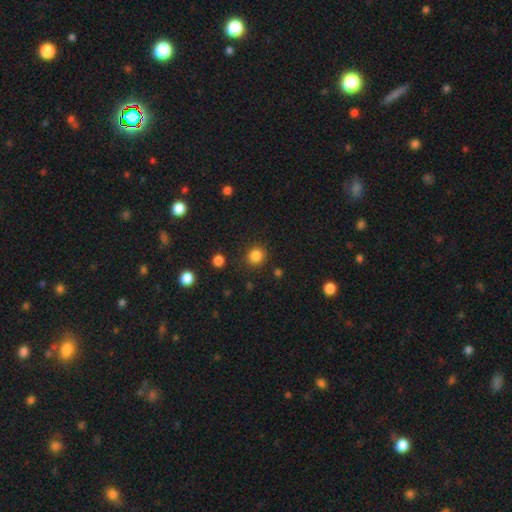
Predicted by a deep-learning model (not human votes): smooth-or-featured: smooth: 84% | star or artifact: 12% | featured or disk: 4%
  how-rounded: round: 89% | in between: 10% | cigar-shaped: 1%
  merging: none: 88% | minor disturbance: 7% | major disturbance: 3% | merger: 2%